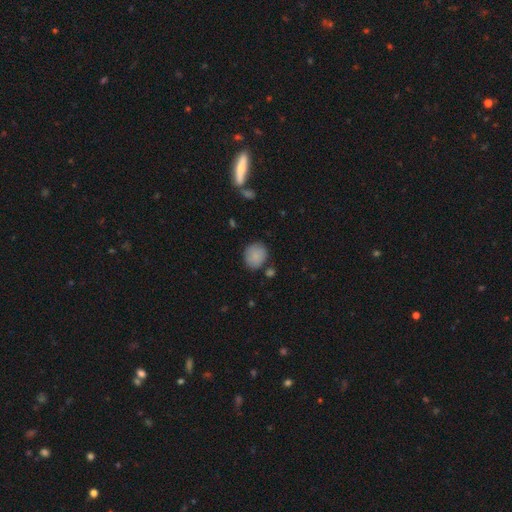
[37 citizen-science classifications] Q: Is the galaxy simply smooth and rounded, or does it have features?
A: smooth — 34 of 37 (92%).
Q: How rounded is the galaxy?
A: round — 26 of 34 (76%).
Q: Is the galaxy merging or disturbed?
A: none — 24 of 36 (67%).